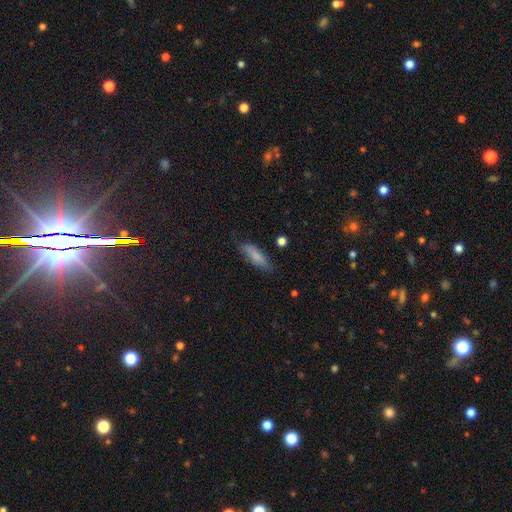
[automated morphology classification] type=smooth (76%); roundness=cigar-shaped (57%); merging=none (72%).